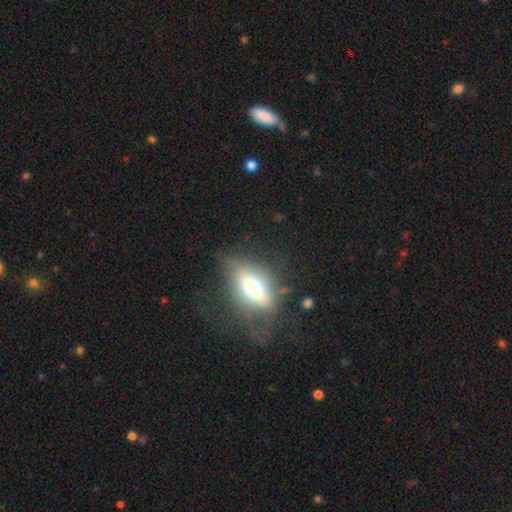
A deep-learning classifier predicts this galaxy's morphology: Smooth or featured? Predicted: smooth (p=0.46). Merging? Predicted: none (p=0.53).